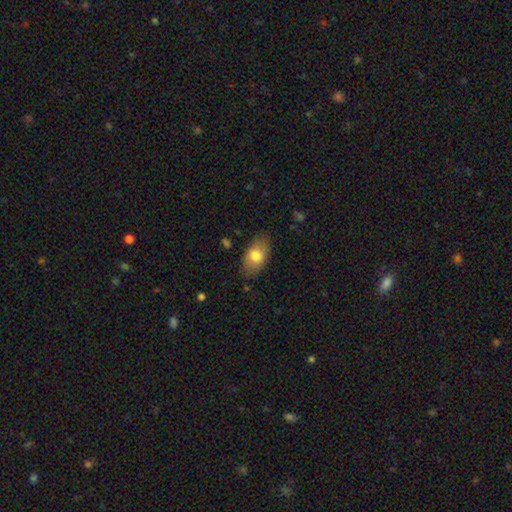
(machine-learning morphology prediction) Smooth or featured: smooth — 76% (featured or disk — 18%)
How rounded: in between — 91% (round — 7%)
Merging: none — 80% (minor disturbance — 15%)